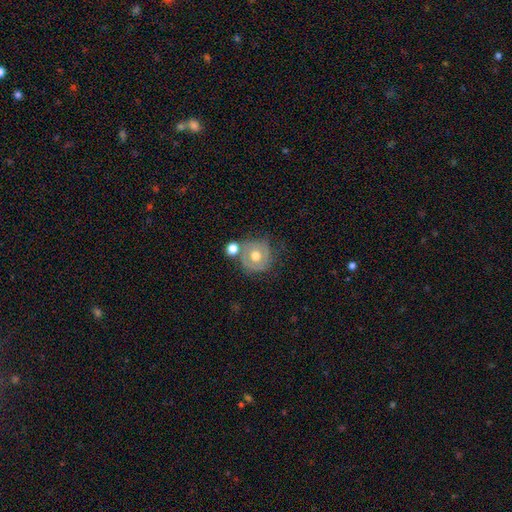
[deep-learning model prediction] The model was most divided on "smooth or featured": featured or disk: 48%, smooth: 43%, star or artifact: 9%. More confident: merging — none (59%).